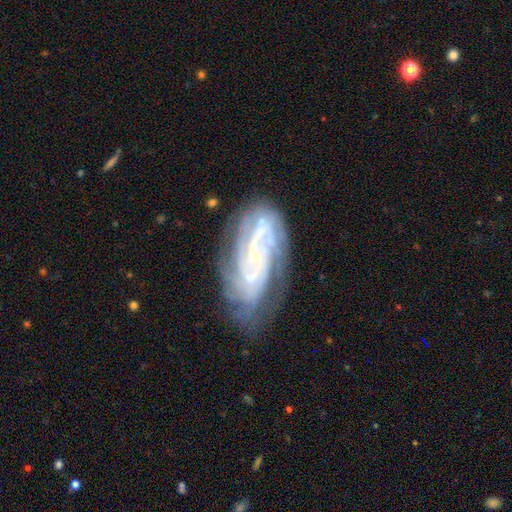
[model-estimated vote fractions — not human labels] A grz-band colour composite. It shows a featured or disk galaxy (84%) with no bar (56%), tight (60%) spiral arms (96%) and a small central bulge (82%). Merging: none (67%).